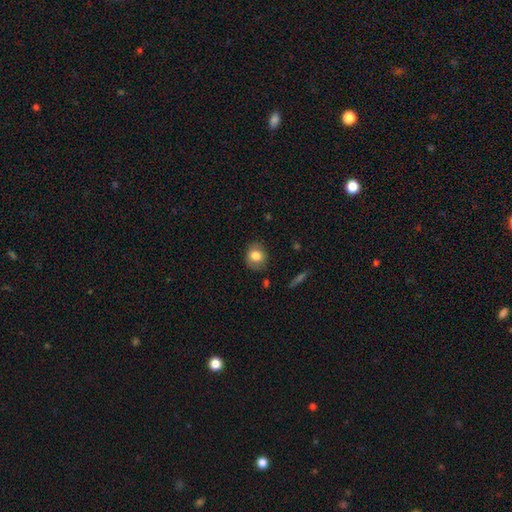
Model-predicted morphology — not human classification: smooth 80%, featured or disk 11%, star or artifact 9%. Down the decision tree: how rounded — round (69%); merging — none (80%).